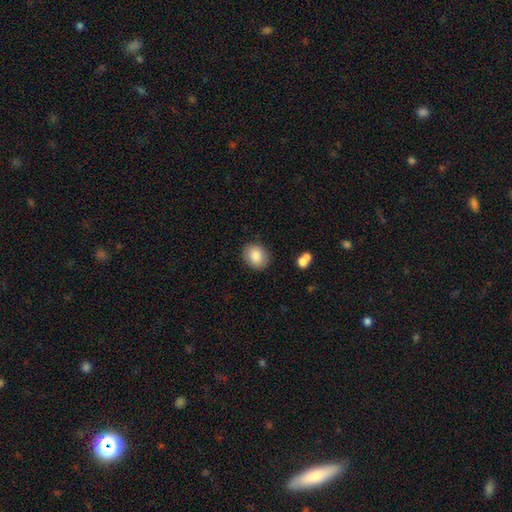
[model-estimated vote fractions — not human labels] A smooth galaxy with no disk features (85%) that is round (57%). Merging: none (87%).